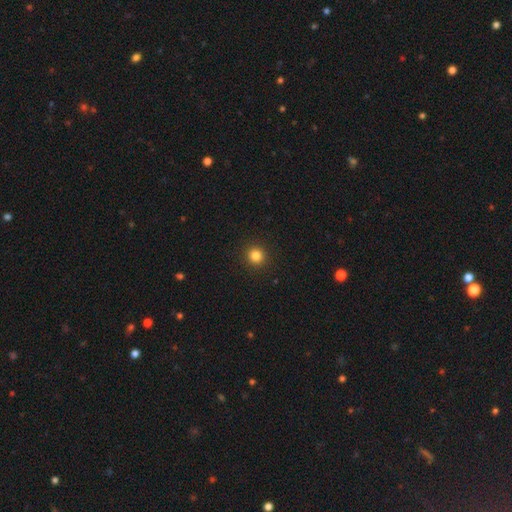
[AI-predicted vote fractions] smooth_or_featured: smooth (p=0.83) [alt: star or artifact p=0.13]
how_rounded: round (p=0.93) [alt: in between p=0.06]
merging: none (p=0.92) [alt: minor disturbance p=0.05]